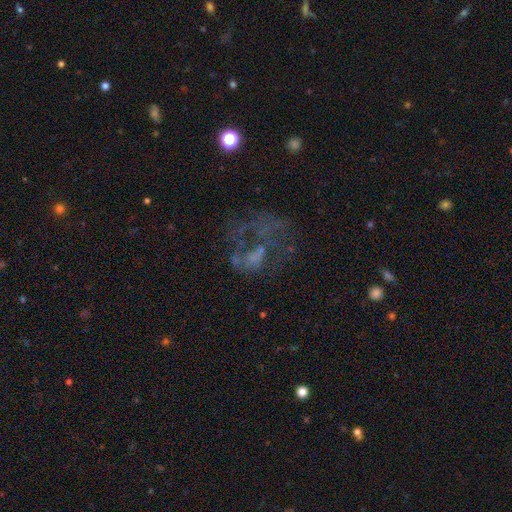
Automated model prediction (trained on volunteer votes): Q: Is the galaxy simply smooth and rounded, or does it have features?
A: featured or disk — 55%.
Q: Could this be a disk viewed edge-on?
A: no — 98%.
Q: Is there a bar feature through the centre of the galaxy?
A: no — 87%.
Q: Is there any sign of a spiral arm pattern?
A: no — 82%.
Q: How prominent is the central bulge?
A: none — 70%.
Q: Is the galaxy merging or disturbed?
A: major disturbance — 47%.